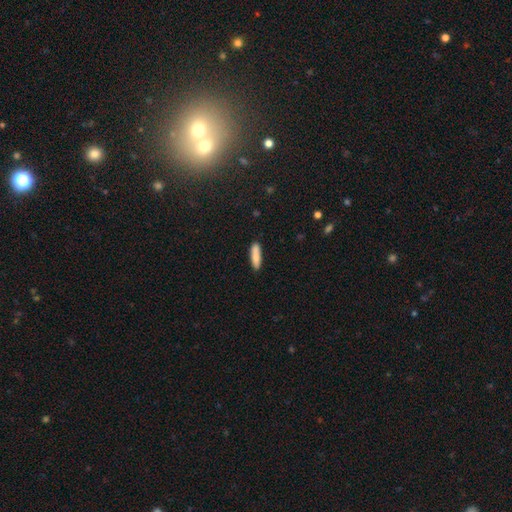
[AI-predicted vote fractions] This appears to be a smooth galaxy with no disk features (85%) that is cigar-shaped (65%). Merging: none (85%).